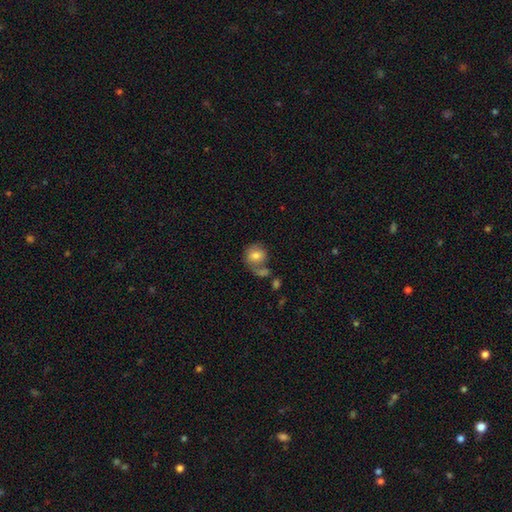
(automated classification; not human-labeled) Smooth or featured? smooth (74%)
How rounded? round (72%)
Merging? none (45%)